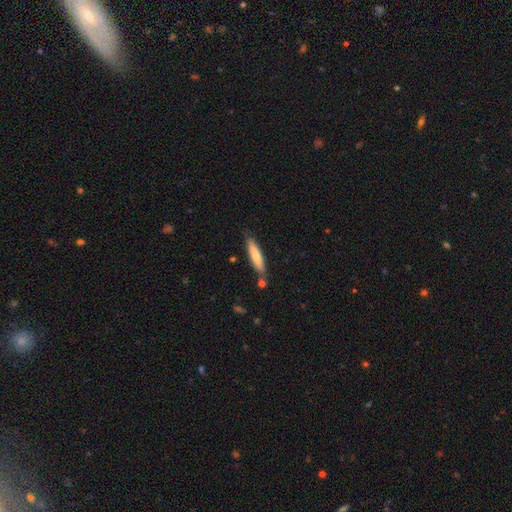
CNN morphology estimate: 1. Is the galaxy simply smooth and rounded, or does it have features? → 74% smooth, 21% featured or disk, 5% star or artifact.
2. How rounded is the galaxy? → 85% cigar-shaped, 14% in between, 1% round.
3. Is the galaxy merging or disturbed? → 78% none, 13% minor disturbance, 6% merger, 2% major disturbance.